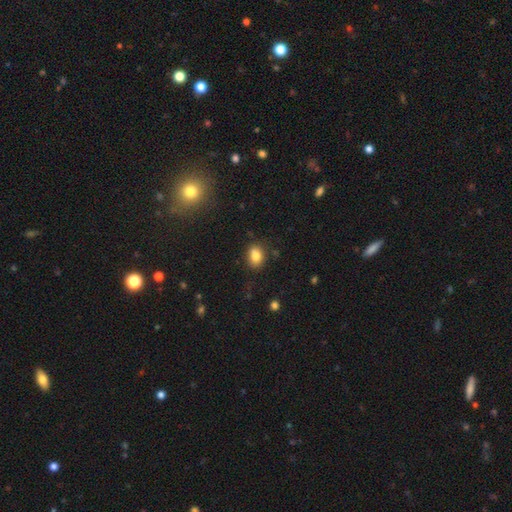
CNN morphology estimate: Q: Smooth or featured?
A: smooth (84%); runner-up: star or artifact (10%)
Q: How rounded?
A: in between (68%); runner-up: round (31%)
Q: Merging?
A: none (76%); runner-up: minor disturbance (16%)